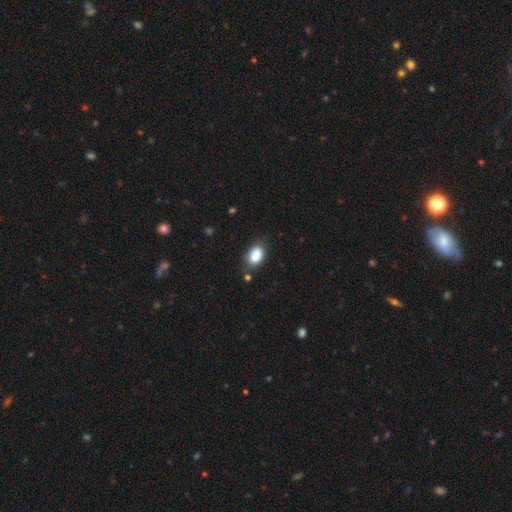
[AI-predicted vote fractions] Smooth or featured?
  - smooth: 86% *
  - star or artifact: 8%
  - featured or disk: 6%
How rounded?
  - in between: 83% *
  - round: 15%
  - cigar-shaped: 1%
Merging?
  - none: 75% *
  - minor disturbance: 18%
  - major disturbance: 4%
  - merger: 3%